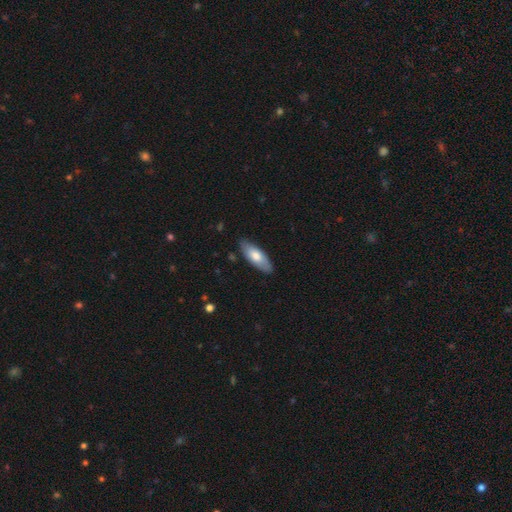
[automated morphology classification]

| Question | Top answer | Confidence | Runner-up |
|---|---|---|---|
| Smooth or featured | smooth | 69% | featured or disk (26%) |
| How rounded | in between | 73% | cigar-shaped (25%) |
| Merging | none | 85% | minor disturbance (12%) |